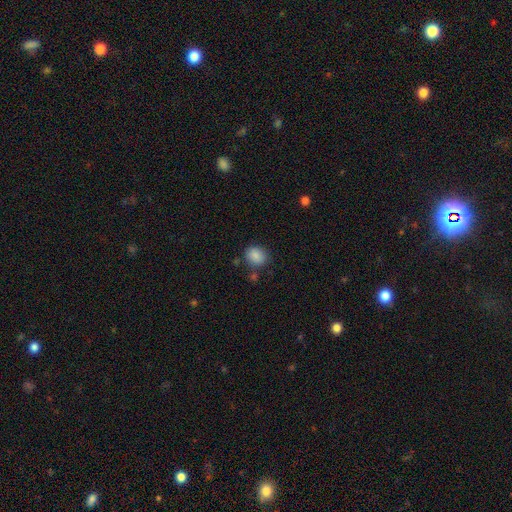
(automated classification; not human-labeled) This appears to be a smooth galaxy with no disk features (86%) that is round (63%). Merging: none (77%).